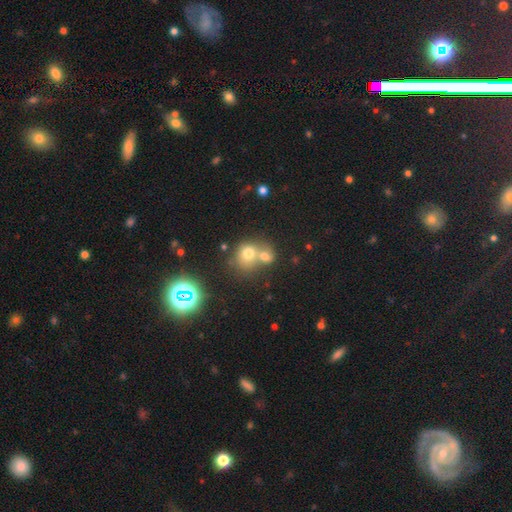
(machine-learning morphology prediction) Smooth or featured?
  - smooth: 60% *
  - star or artifact: 26%
  - featured or disk: 15%
How rounded?
  - round: 81% *
  - in between: 18%
  - cigar-shaped: 1%
Merging?
  - merger: 50% *
  - none: 41%
  - minor disturbance: 6%
  - major disturbance: 3%